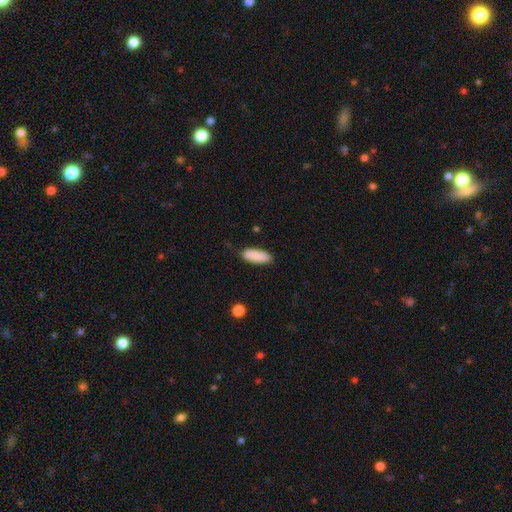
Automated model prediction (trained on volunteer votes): Smooth or featured?
  - smooth: 88% *
  - star or artifact: 6%
  - featured or disk: 5%
How rounded?
  - in between: 71% *
  - cigar-shaped: 28%
  - round: 2%
Merging?
  - none: 83% *
  - minor disturbance: 13%
  - major disturbance: 2%
  - merger: 1%